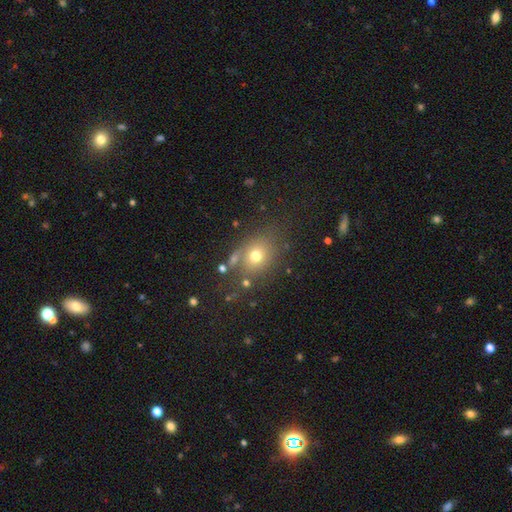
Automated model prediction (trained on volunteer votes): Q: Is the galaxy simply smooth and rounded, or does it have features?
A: smooth — 70%.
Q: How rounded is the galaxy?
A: round — 57%.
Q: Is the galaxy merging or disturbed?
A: none — 71%.